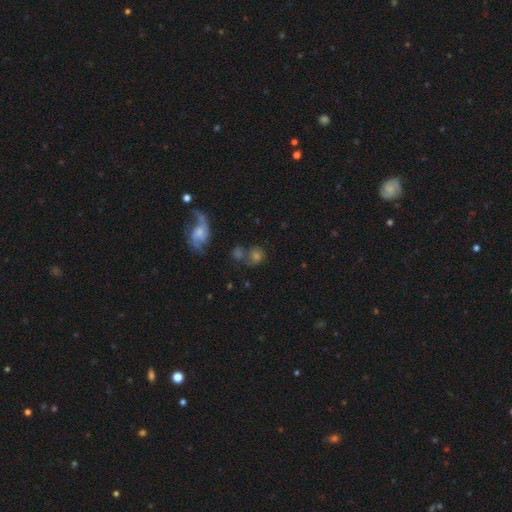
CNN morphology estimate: smooth 49%, featured or disk 31%, star or artifact 20%. Down the decision tree: merging — none (49%).